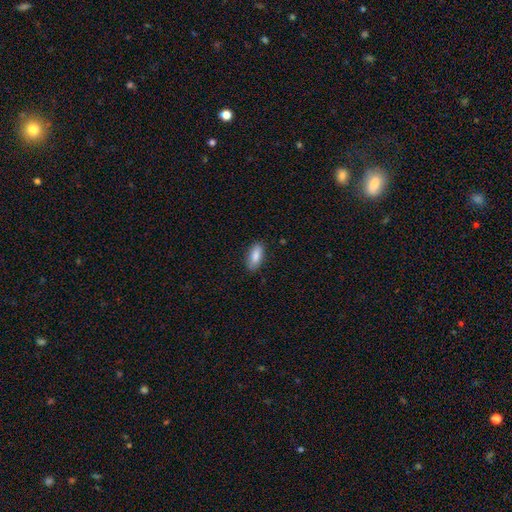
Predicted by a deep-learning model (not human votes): Q: Smooth or featured?
A: smooth (86%); runner-up: featured or disk (7%)
Q: How rounded?
A: in between (84%); runner-up: cigar-shaped (14%)
Q: Merging?
A: none (86%); runner-up: minor disturbance (11%)